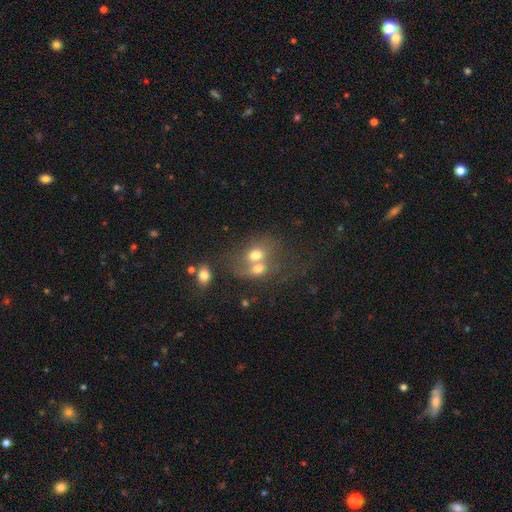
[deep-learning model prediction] Morphology: type=smooth (65%); roundness=in between (51%); merging=merger (67%).